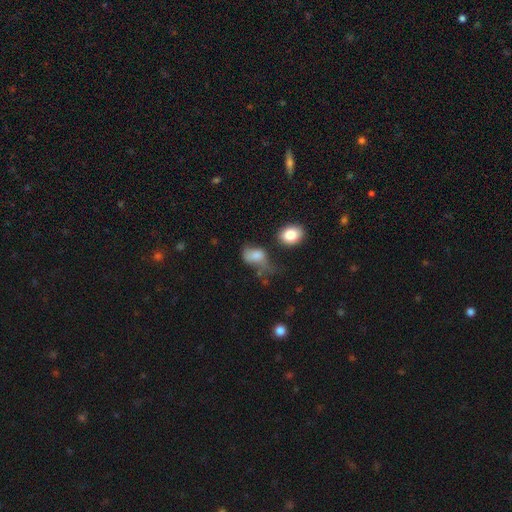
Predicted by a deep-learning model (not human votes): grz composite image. It shows a smooth galaxy with no disk features (72%) that is in between round and cigar-shaped (80%). Merging: major disturbance (39%).